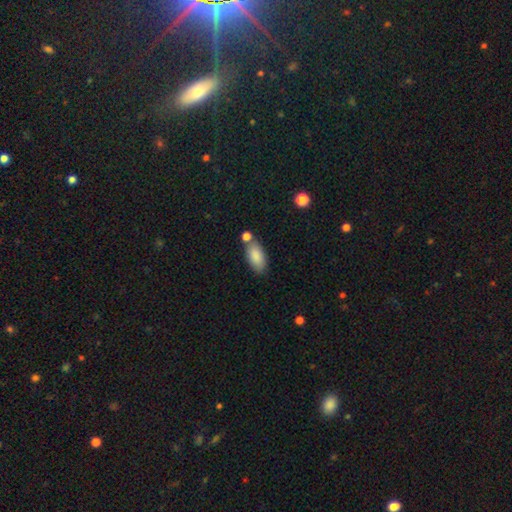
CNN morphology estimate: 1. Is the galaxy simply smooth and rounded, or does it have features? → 87% smooth, 7% featured or disk, 7% star or artifact.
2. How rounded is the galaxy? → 90% in between, 7% cigar-shaped, 2% round.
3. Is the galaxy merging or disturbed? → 62% none, 20% merger, 15% minor disturbance, 4% major disturbance.